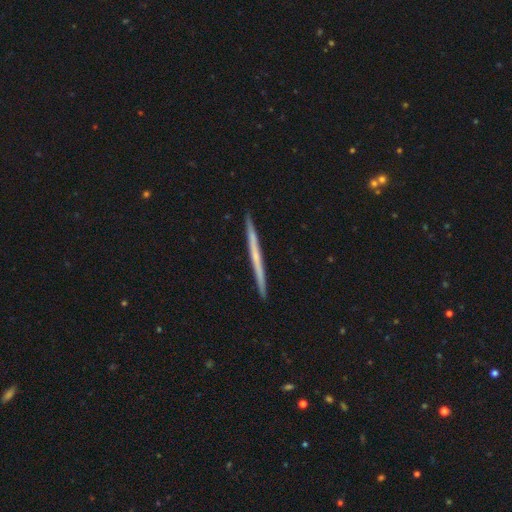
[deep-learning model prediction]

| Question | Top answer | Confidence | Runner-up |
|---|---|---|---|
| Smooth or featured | featured or disk | 58% | smooth (37%) |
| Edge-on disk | yes | 98% | no (2%) |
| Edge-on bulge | none | 86% | rounded (11%) |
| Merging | none | 93% | minor disturbance (5%) |